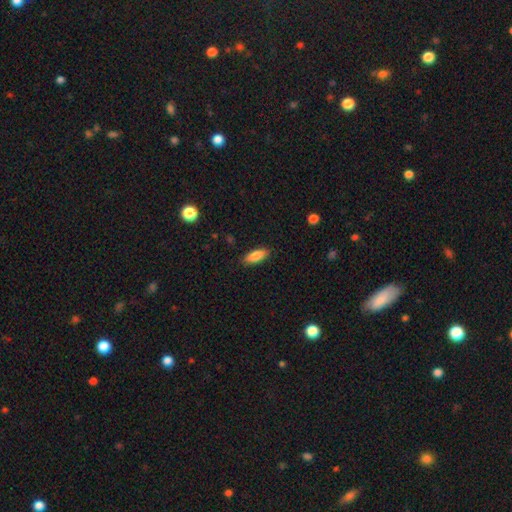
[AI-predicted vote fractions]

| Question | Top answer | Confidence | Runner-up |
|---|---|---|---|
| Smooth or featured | smooth | 87% | featured or disk (7%) |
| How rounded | in between | 75% | cigar-shaped (22%) |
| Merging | none | 87% | minor disturbance (10%) |